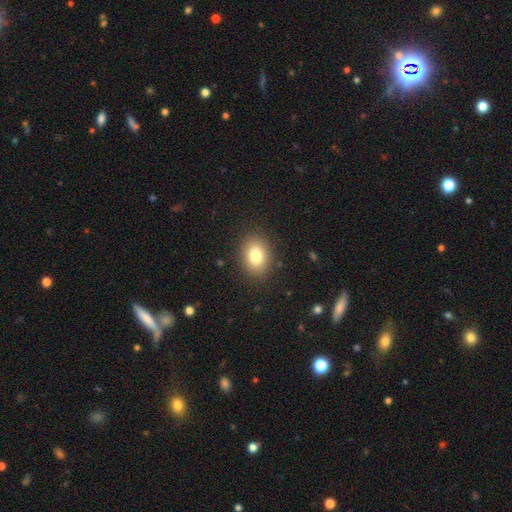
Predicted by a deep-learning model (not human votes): A smooth galaxy with no disk features (81%) that is in between round and cigar-shaped (62%).

Vote fractions:
- Smooth or featured? smooth: 81% / star or artifact: 10% / featured or disk: 9%
- How rounded? in between: 62% / round: 37% / cigar-shaped: 1%
- Merging? none: 88% / minor disturbance: 8% / major disturbance: 3% / merger: 1%